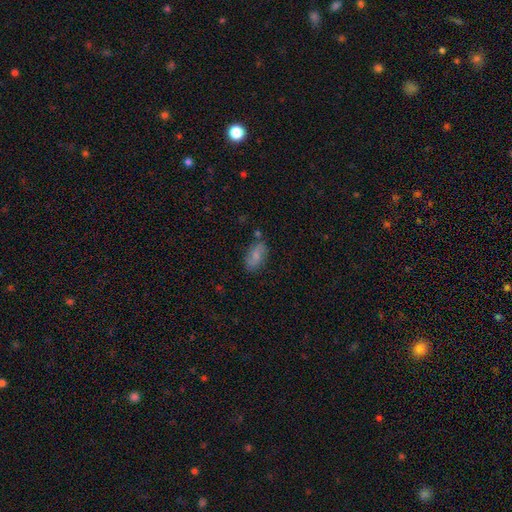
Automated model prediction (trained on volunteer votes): The model was most divided on "smooth or featured": smooth: 71%, featured or disk: 21%, star or artifact: 8%. More confident: how rounded — in between (90%); merging — none (73%).